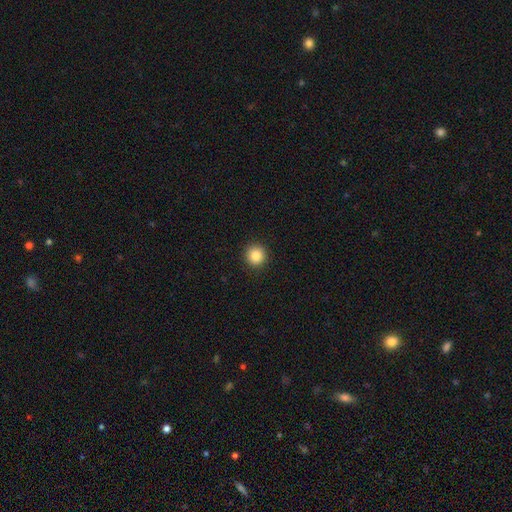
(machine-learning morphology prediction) The model was most divided on "smooth or featured": smooth: 85%, star or artifact: 10%, featured or disk: 5%. More confident: how rounded — round (95%); merging — none (93%).